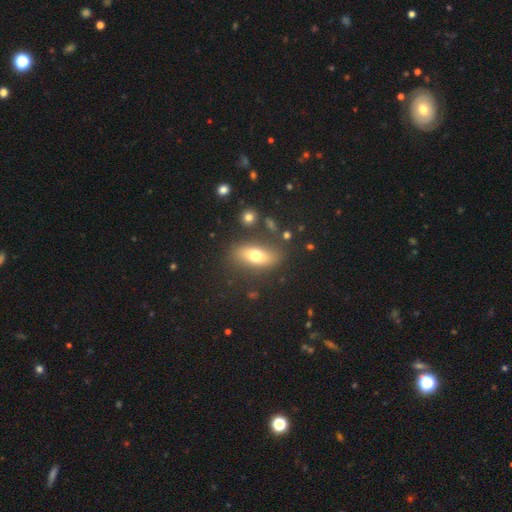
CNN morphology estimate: Smooth or featured? smooth (69%)
How rounded? in between (76%)
Merging? none (79%)